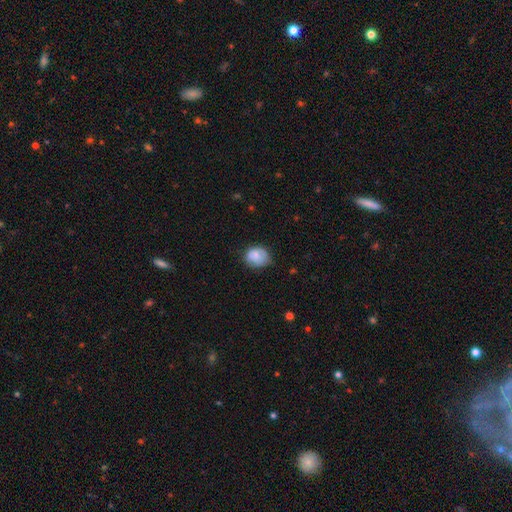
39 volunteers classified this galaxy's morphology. This appears to be a smooth galaxy with no disk features (77%) that is in between round and cigar-shaped (60%). Merging: none (47%).